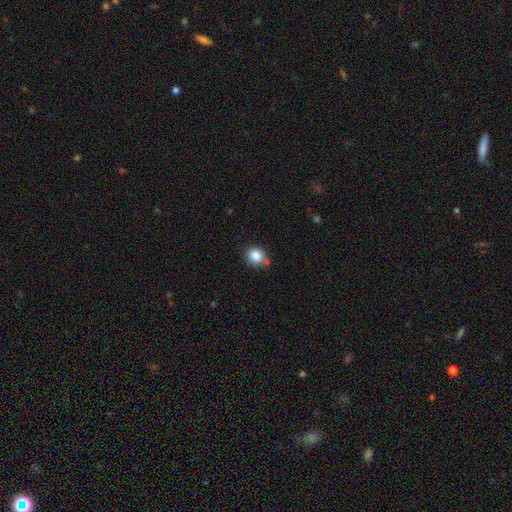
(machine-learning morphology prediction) Overall: smooth (86%). How rounded: round (62%; in between 37%). Merging: none (69%).